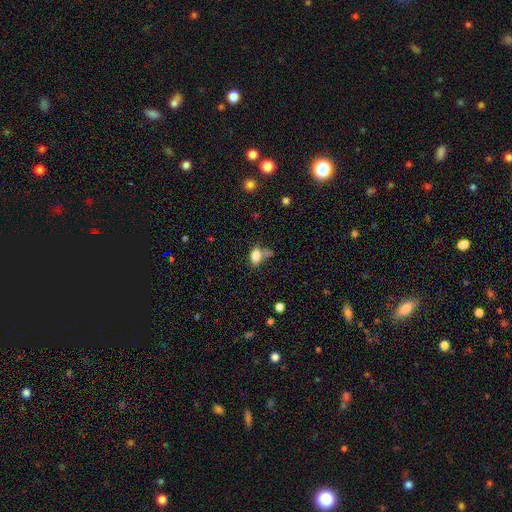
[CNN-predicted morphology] smooth 76%, featured or disk 13%, star or artifact 11%. Down the decision tree: how rounded — in between (83%); merging — none (35%).